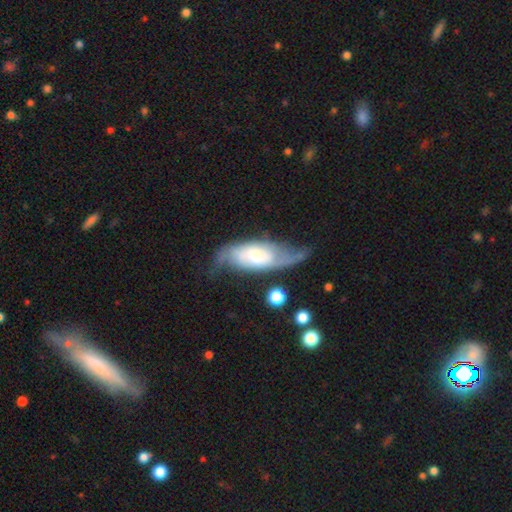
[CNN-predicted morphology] type=featured or disk (67%); edge-on=no (85%); bar=no (61%); spiral arms=yes (89%); winding=loose (47%); arm count=2 (80%); bulge=small (31%); merging=none (47%).